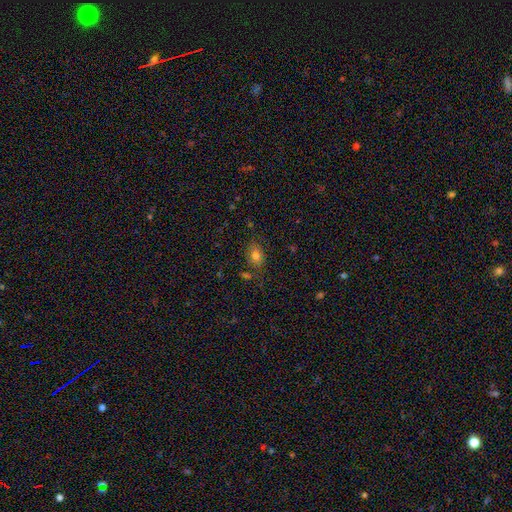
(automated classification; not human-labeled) Smooth or featured: smooth — 77% (star or artifact — 13%)
How rounded: in between — 68% (round — 31%)
Merging: none — 73% (minor disturbance — 17%)